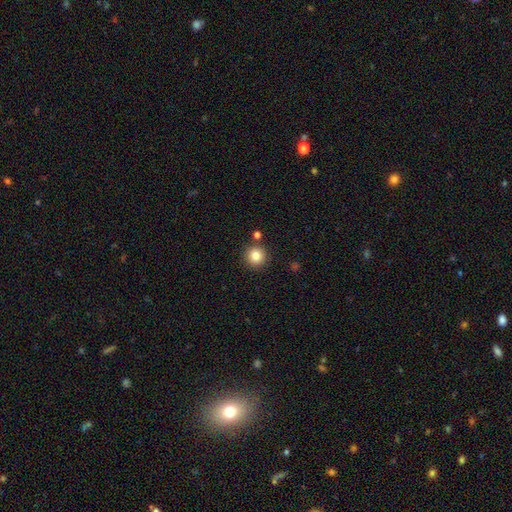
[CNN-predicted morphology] smooth_or_featured: smooth (p=0.82) [alt: star or artifact p=0.11]
how_rounded: round (p=0.95) [alt: in between p=0.04]
merging: none (p=0.86) [alt: minor disturbance p=0.06]